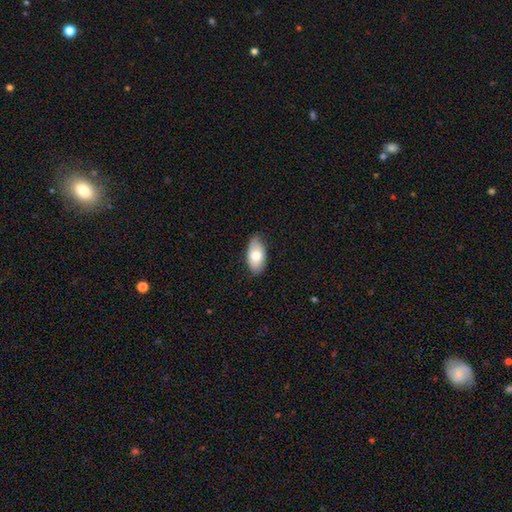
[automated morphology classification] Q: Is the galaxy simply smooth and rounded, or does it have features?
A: smooth — 74%.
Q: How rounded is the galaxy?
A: in between — 94%.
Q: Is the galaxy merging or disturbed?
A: none — 80%.